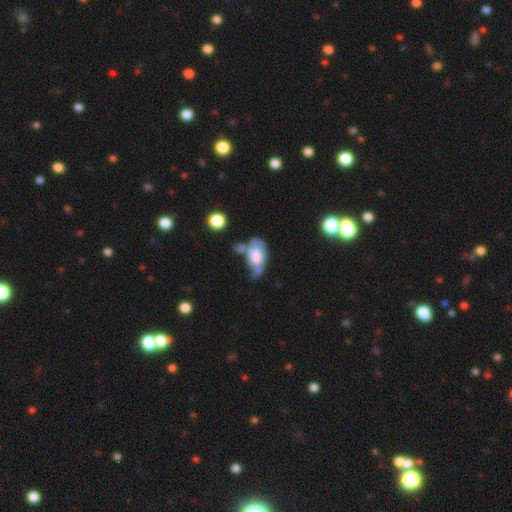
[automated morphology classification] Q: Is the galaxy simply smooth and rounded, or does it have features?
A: smooth — 55%.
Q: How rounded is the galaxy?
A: in between — 89%.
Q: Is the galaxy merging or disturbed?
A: merger — 30%.